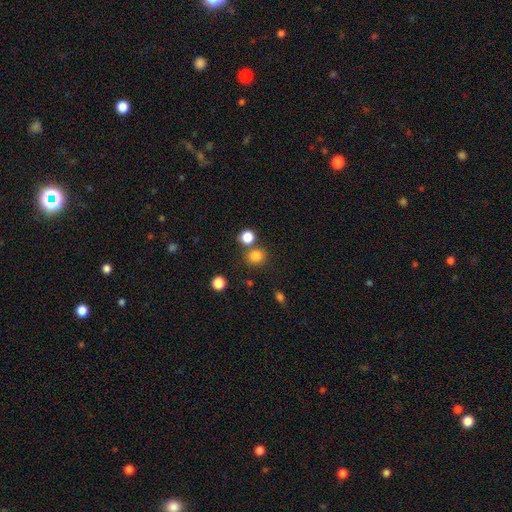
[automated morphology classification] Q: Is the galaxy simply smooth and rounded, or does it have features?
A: smooth — 81%.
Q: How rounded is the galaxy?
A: round — 81%.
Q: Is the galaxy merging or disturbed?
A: none — 73%.